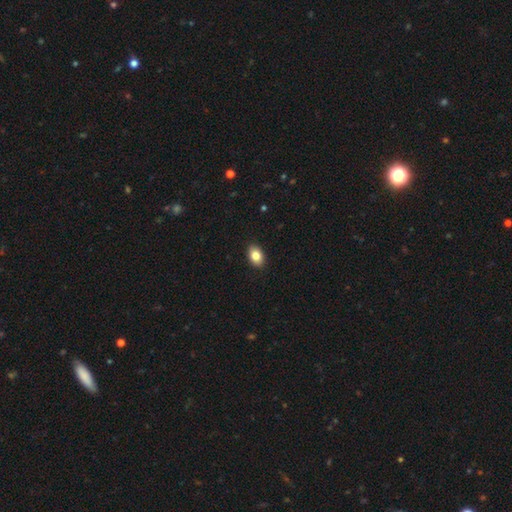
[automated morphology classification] Q: Smooth or featured?
A: smooth (85%); runner-up: star or artifact (8%)
Q: How rounded?
A: in between (86%); runner-up: round (13%)
Q: Merging?
A: none (90%); runner-up: minor disturbance (7%)